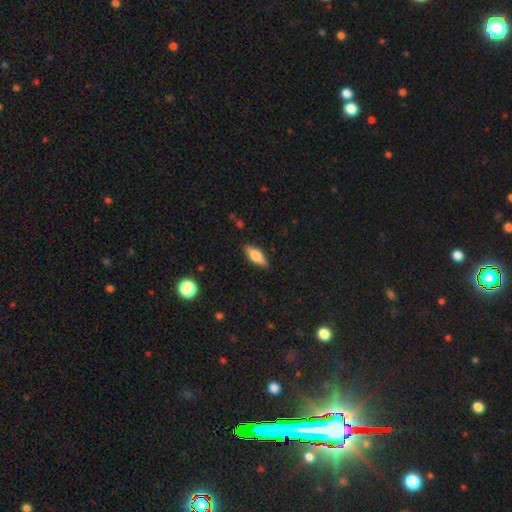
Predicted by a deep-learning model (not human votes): The model was most divided on "how rounded": in between: 61%, cigar-shaped: 36%, round: 3%. More confident: merging — none (86%); smooth or featured — smooth (64%).